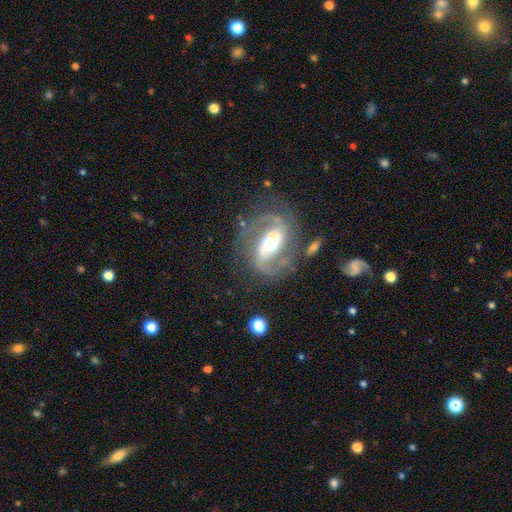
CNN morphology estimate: This appears to be a featured or disk galaxy (88%) with a strong bar (46%), 2 (85%) medium (50%) spiral arms (95%) and a moderate central bulge (62%). Merging: none (70%).